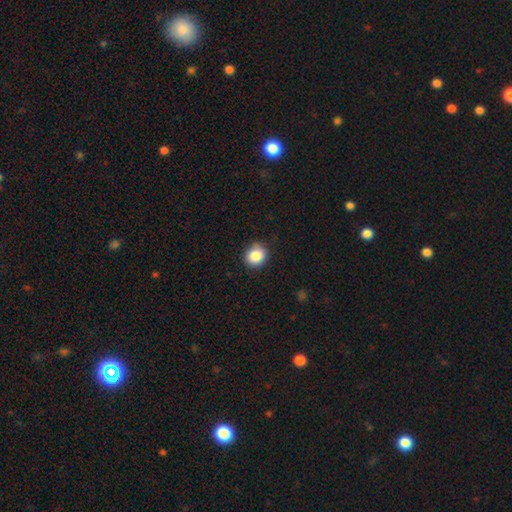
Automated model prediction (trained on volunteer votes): This appears to be a smooth galaxy with no disk features (86%) that is round (82%). Merging: none (84%).